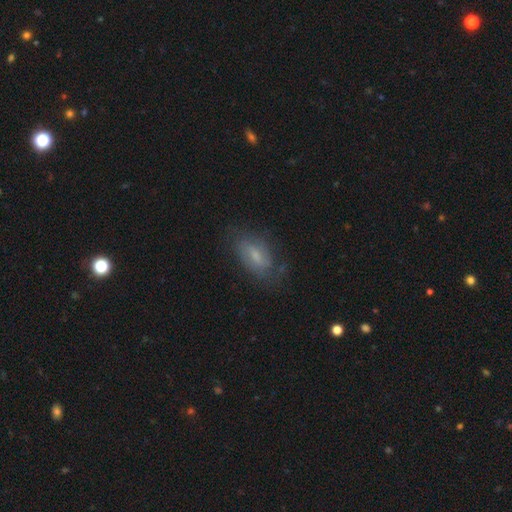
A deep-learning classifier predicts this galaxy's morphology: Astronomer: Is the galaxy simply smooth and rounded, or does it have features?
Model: smooth — 49% (runner-up: featured or disk, 41%).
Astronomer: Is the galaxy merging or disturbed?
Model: none — 67%.